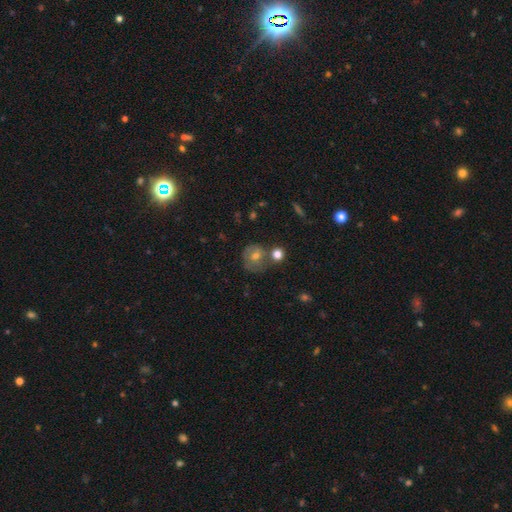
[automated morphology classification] This is possibly a smooth galaxy (54%). How rounded: clearly round (81%). Merging: possibly none (55%).